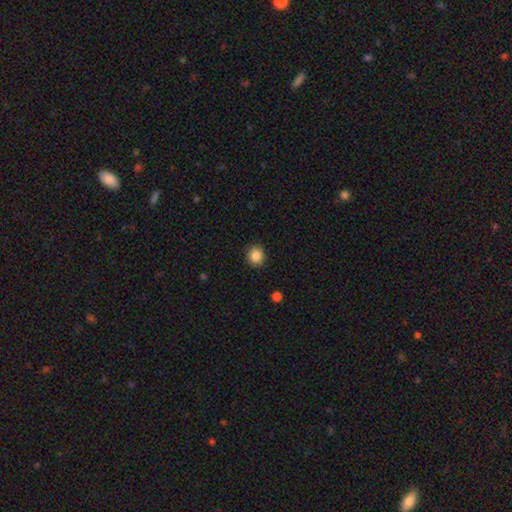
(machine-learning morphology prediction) smooth-or-featured: smooth: 86% | star or artifact: 10% | featured or disk: 4%
  how-rounded: round: 89% | in between: 10% | cigar-shaped: 1%
  merging: none: 91% | minor disturbance: 6% | major disturbance: 2% | merger: 1%